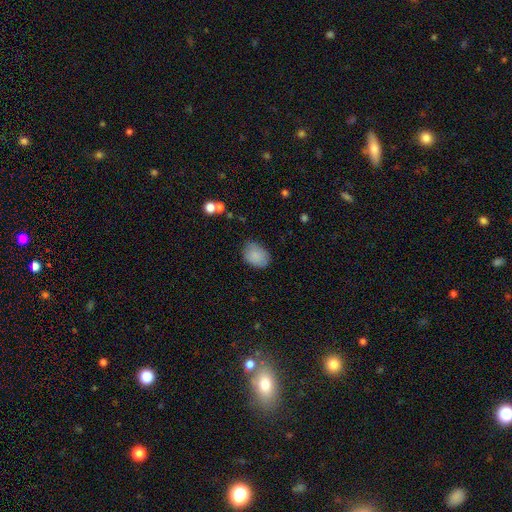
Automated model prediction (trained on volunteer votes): smooth_or_featured: smooth (p=0.87) [alt: star or artifact p=0.07]
how_rounded: in between (p=0.69) [alt: round p=0.30]
merging: none (p=0.76) [alt: minor disturbance p=0.18]